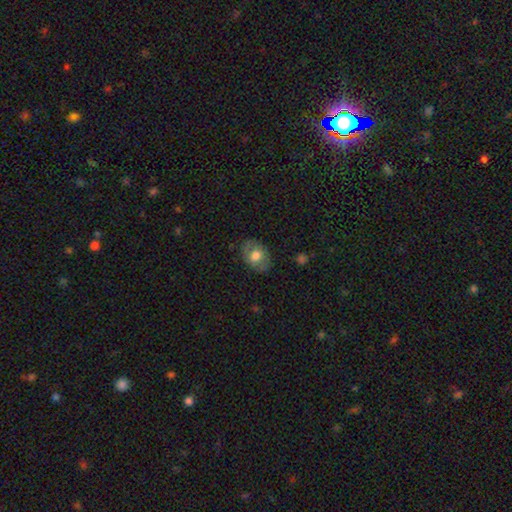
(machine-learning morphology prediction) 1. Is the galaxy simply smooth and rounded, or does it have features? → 64% smooth, 28% featured or disk, 7% star or artifact.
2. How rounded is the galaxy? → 72% in between, 27% round, 1% cigar-shaped.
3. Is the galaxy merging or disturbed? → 80% none, 15% minor disturbance, 5% major disturbance, 1% merger.